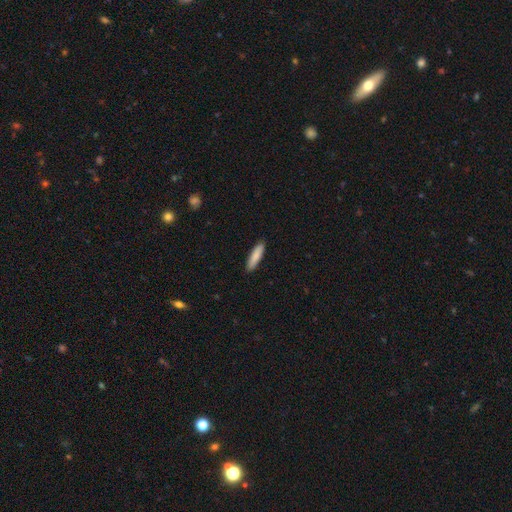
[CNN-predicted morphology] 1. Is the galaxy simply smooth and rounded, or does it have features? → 86% smooth, 9% featured or disk, 5% star or artifact.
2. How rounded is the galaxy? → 77% cigar-shaped, 22% in between, 1% round.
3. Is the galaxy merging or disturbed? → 90% none, 7% minor disturbance, 1% major disturbance, 1% merger.